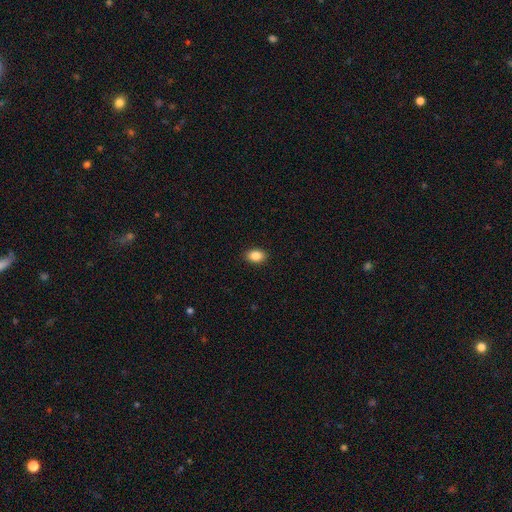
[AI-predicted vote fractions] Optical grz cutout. It shows a smooth galaxy with no disk features (87%) that is in between round and cigar-shaped (81%). Merging: none (90%).